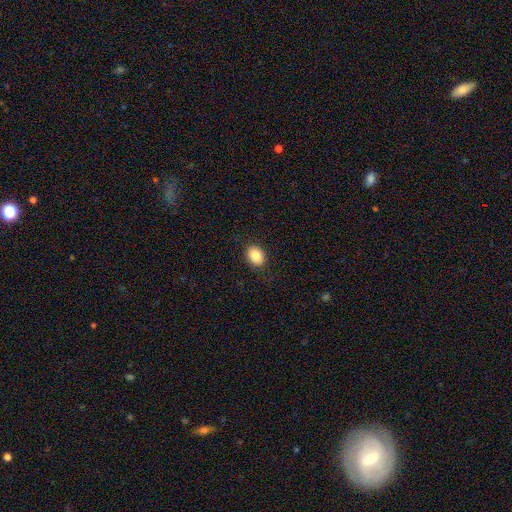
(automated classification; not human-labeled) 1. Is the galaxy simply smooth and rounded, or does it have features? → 85% smooth, 9% star or artifact, 6% featured or disk.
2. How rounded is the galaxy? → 64% in between, 35% round, 1% cigar-shaped.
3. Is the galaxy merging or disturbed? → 87% none, 9% minor disturbance, 2% major disturbance, 1% merger.